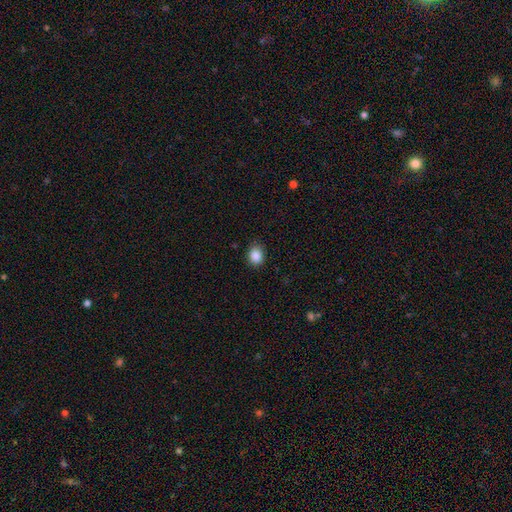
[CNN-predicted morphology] Smooth or featured? smooth (88%)
How rounded? round (59%)
Merging? none (86%)